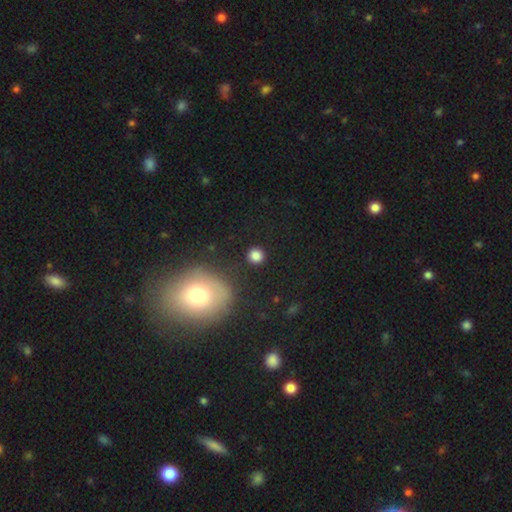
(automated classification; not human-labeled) Morphology: type=smooth (84%); roundness=round (91%); merging=none (89%).